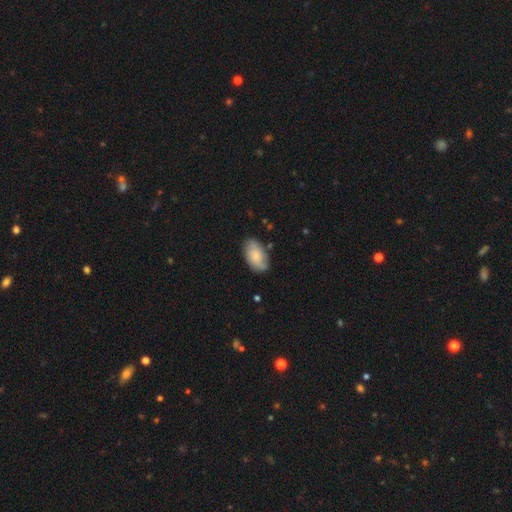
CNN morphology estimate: This appears to be a smooth galaxy with no disk features (63%) that is in between round and cigar-shaped (93%). Merging: none (76%).